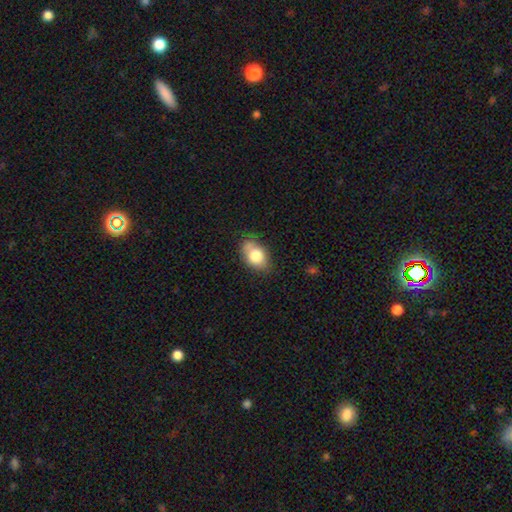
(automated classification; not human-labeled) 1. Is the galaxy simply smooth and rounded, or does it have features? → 78% smooth, 13% featured or disk, 8% star or artifact.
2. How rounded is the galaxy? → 81% in between, 17% round, 2% cigar-shaped.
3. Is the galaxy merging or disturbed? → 61% none, 28% minor disturbance, 7% major disturbance, 5% merger.